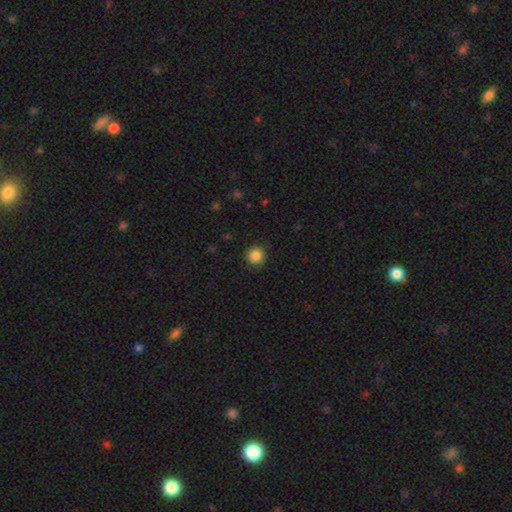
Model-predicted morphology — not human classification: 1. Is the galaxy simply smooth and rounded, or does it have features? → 87% smooth, 10% star or artifact, 3% featured or disk.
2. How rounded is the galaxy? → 94% round, 5% in between, 1% cigar-shaped.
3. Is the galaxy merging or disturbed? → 91% none, 6% minor disturbance, 2% major disturbance, 1% merger.